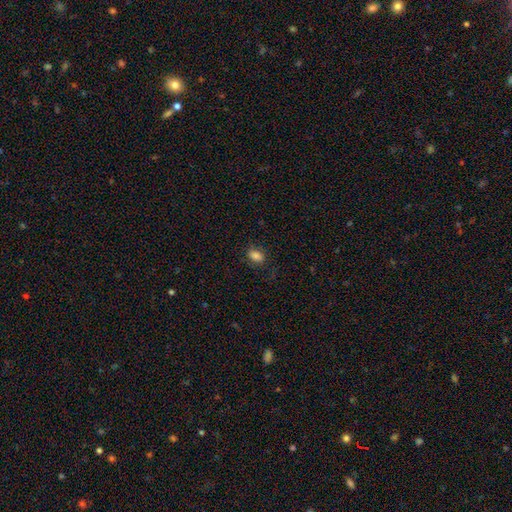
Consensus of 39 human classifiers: This appears to be a smooth galaxy with no disk features (87%) that is in between round and cigar-shaped (79%). Merging: none (92%).